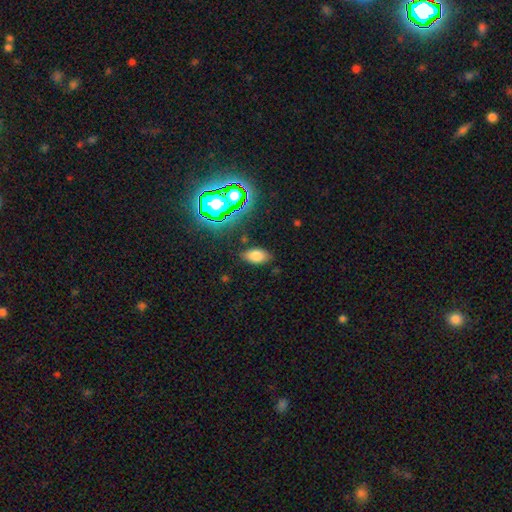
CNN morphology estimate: smooth 72%, star or artifact 18%, featured or disk 10%. Down the decision tree: how rounded — in between (91%); merging — none (81%).